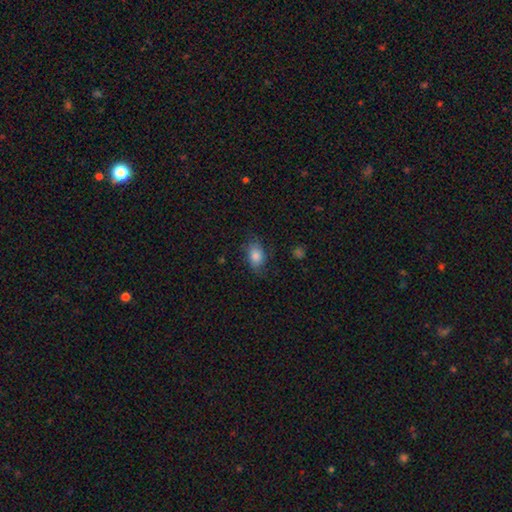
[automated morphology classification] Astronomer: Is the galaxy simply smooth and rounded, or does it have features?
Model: smooth — 83%.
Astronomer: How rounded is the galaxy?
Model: in between — 84%.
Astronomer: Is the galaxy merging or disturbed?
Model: none — 73%.